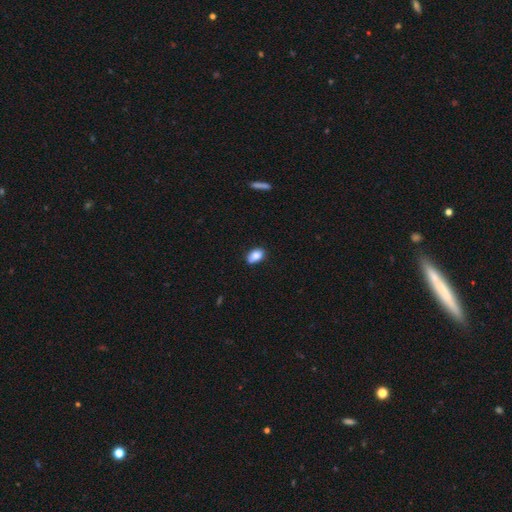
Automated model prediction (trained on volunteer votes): smooth-or-featured: smooth: 85% | star or artifact: 8% | featured or disk: 7%
  how-rounded: in between: 88% | round: 10% | cigar-shaped: 2%
  merging: none: 73% | minor disturbance: 22% | major disturbance: 3% | merger: 2%